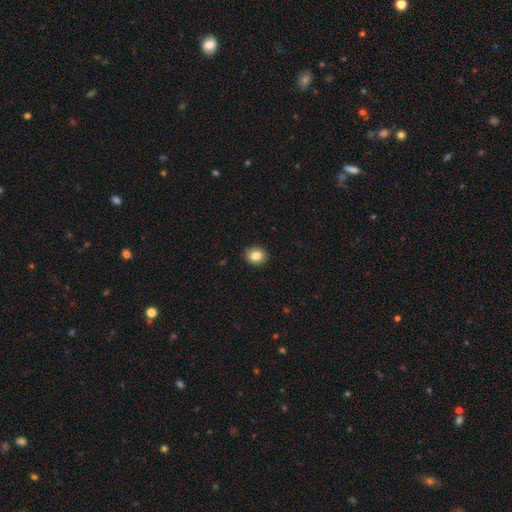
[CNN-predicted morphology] smooth 83%, star or artifact 10%, featured or disk 7%. Down the decision tree: how rounded — round (76%); merging — none (92%).